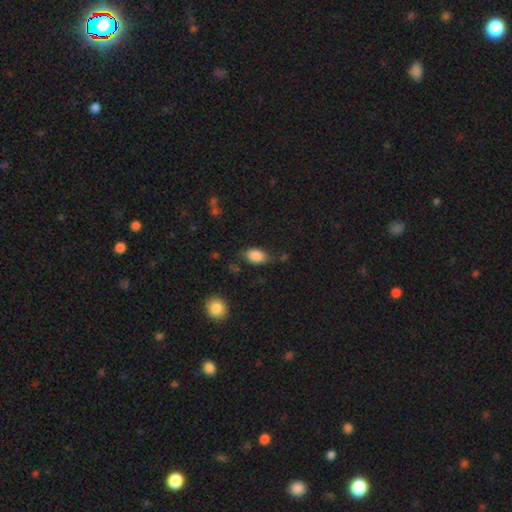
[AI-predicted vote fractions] The model was most divided on "merging": none: 60%, minor disturbance: 28%, major disturbance: 9%, merger: 3%. More confident: how rounded — in between (88%); smooth or featured — smooth (84%).